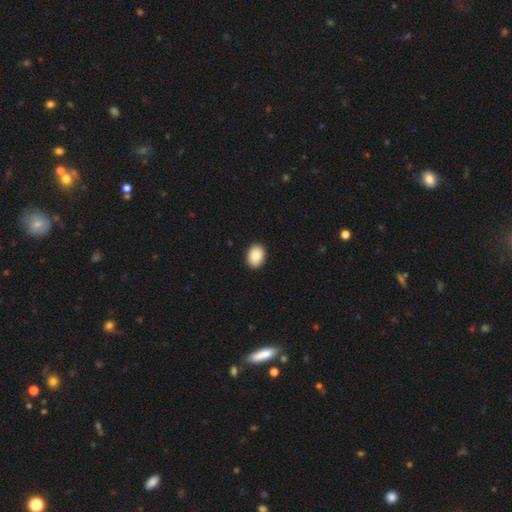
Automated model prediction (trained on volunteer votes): The model was most divided on "how rounded": in between: 75%, round: 24%, cigar-shaped: 1%. More confident: merging — none (92%); smooth or featured — smooth (89%).